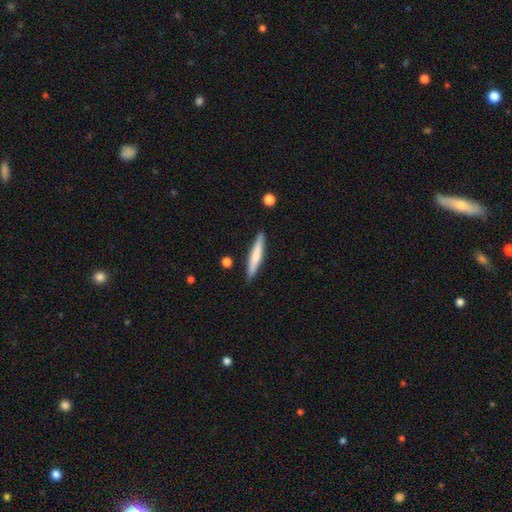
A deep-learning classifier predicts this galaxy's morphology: A smooth galaxy with no disk features (62%) that is cigar-shaped (93%).

Vote fractions:
- Smooth or featured? smooth: 62% / featured or disk: 32% / star or artifact: 5%
- How rounded? cigar-shaped: 93% / in between: 6% / round: 1%
- Merging? none: 88% / minor disturbance: 9% / merger: 2% / major disturbance: 2%